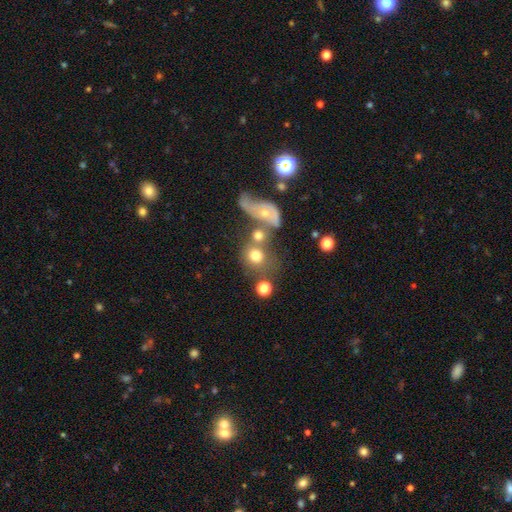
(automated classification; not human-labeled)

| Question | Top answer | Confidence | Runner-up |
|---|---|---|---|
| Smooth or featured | smooth | 67% | featured or disk (22%) |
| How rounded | round | 69% | in between (29%) |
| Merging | merger | 42% | none (33%) |